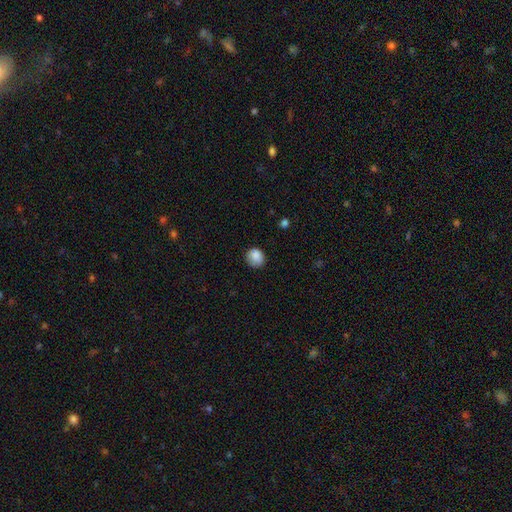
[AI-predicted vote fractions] smooth_or_featured: smooth (p=0.86) [alt: star or artifact p=0.09]
how_rounded: round (p=0.76) [alt: in between p=0.23]
merging: none (p=0.72) [alt: minor disturbance p=0.22]